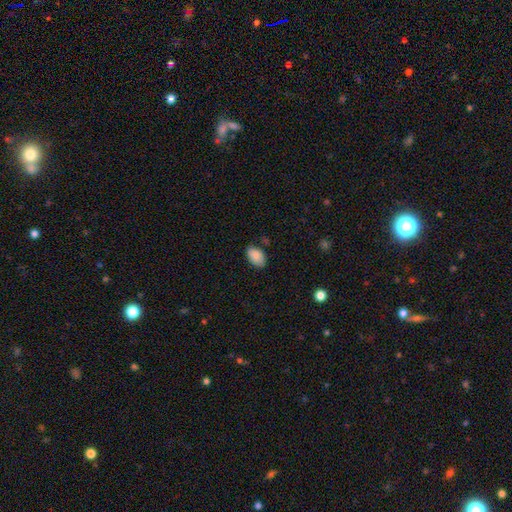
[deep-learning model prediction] Overall: smooth (87%). How rounded: in between (91%). Merging: none (75%).